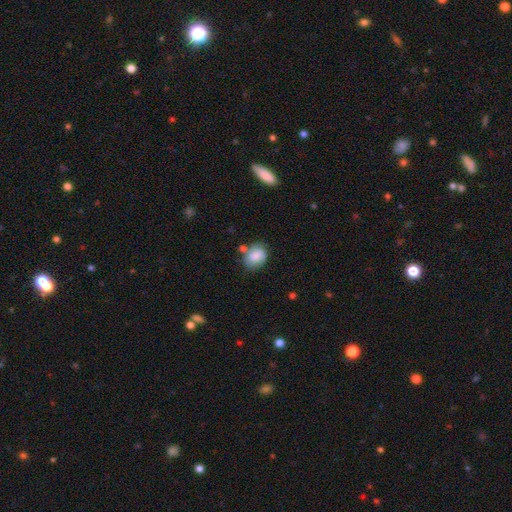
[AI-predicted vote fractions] A smooth galaxy with no disk features (76%) that is in between round and cigar-shaped (56%). Merging: none (61%).